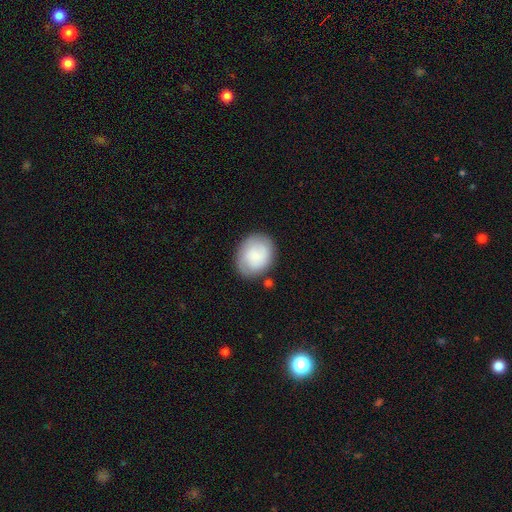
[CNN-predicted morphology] A smooth galaxy with no disk features (74%) that is round (57%).

Vote fractions:
- Smooth or featured? smooth: 74% / featured or disk: 19% / star or artifact: 7%
- How rounded? round: 57% / in between: 43% / cigar-shaped: 1%
- Merging? none: 77% / minor disturbance: 15% / major disturbance: 5% / merger: 3%